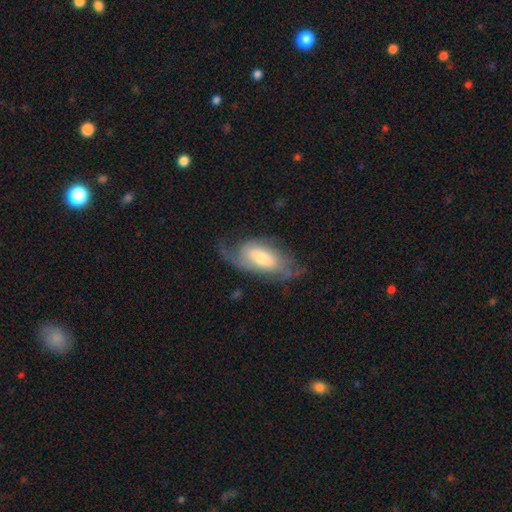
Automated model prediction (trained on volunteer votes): The model was most divided on "spiral winding": medium: 41%, tight: 32%, loose: 27%. Remaining: edge-on disk — no (91%); spiral arms — yes (87%); smooth or featured — featured or disk (68%); merging — none (58%); bar — no (52%); spiral arm count — 2 (51%); bulge size — moderate (48%).